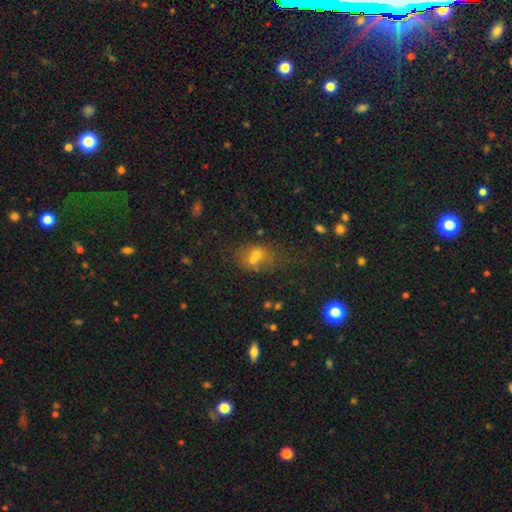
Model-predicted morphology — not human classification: smooth_or_featured: smooth (p=0.54) [alt: star or artifact p=0.25]
how_rounded: round (p=0.54) [alt: in between p=0.44]
merging: merger (p=0.50) [alt: none p=0.35]